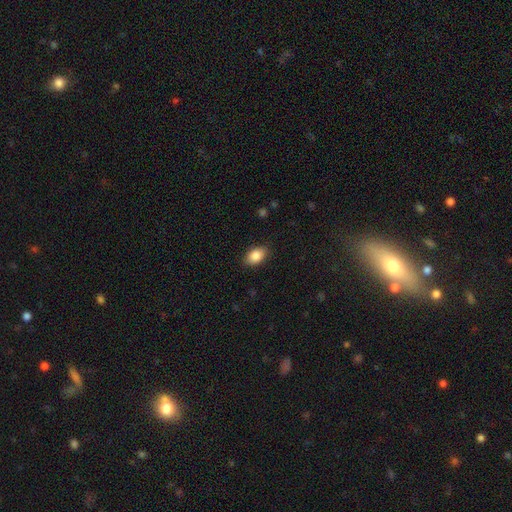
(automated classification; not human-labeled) smooth_or_featured: smooth (p=0.86) [alt: star or artifact p=0.07]
how_rounded: in between (p=0.87) [alt: round p=0.11]
merging: none (p=0.87) [alt: minor disturbance p=0.10]